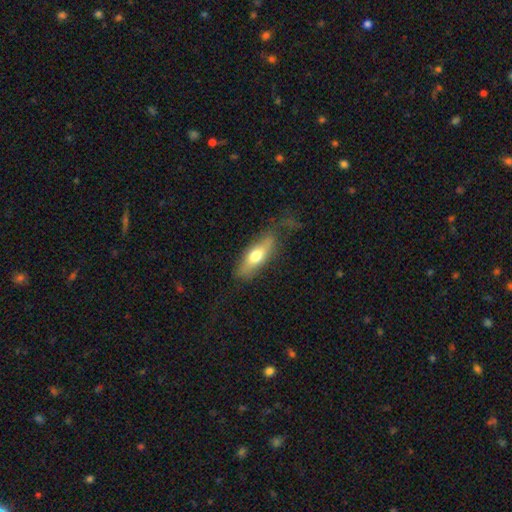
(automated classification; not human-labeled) Smooth or featured: smooth — 58% (featured or disk — 36%)
How rounded: in between — 55% (cigar-shaped — 42%)
Merging: none — 63% (minor disturbance — 24%)